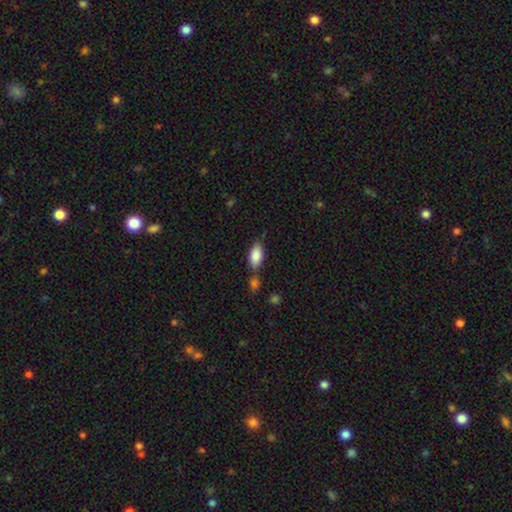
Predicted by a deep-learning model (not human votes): Smooth or featured?
  - smooth: 86% *
  - featured or disk: 7%
  - star or artifact: 7%
How rounded?
  - in between: 91% *
  - cigar-shaped: 5%
  - round: 3%
Merging?
  - none: 64% *
  - minor disturbance: 16%
  - merger: 15%
  - major disturbance: 4%